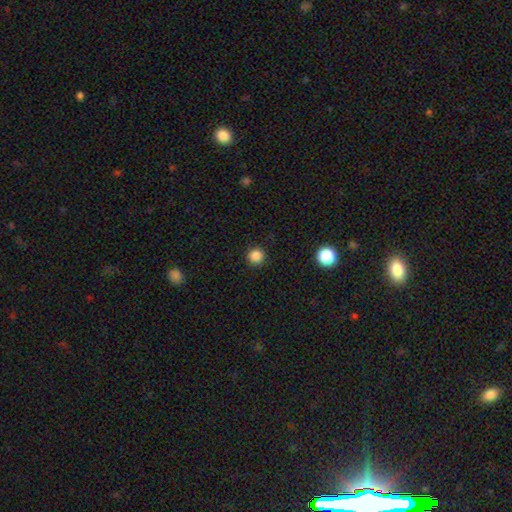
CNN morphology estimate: Smooth or featured: smooth — 85% (star or artifact — 12%)
How rounded: round — 95% (in between — 4%)
Merging: none — 90% (minor disturbance — 6%)